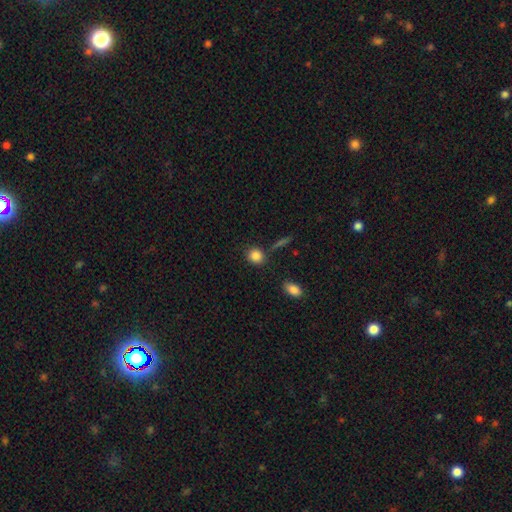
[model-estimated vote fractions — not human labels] smooth-or-featured: smooth: 86% | star or artifact: 9% | featured or disk: 5%
  how-rounded: round: 79% | in between: 19% | cigar-shaped: 2%
  merging: none: 80% | minor disturbance: 10% | merger: 6% | major disturbance: 3%